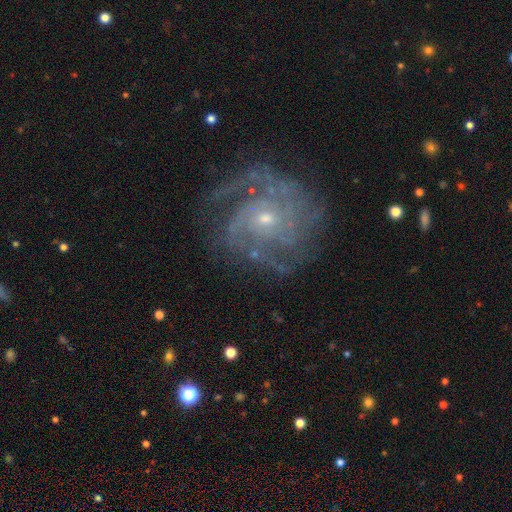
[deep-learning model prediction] Smooth or featured? featured or disk (89%)
Edge-on disk? no (98%)
Bar? no (72%)
Spiral arms? yes (97%)
Spiral winding? tight (59%)
Spiral arm count? 3 (26%)
Bulge size? small (69%)
Merging? none (72%)